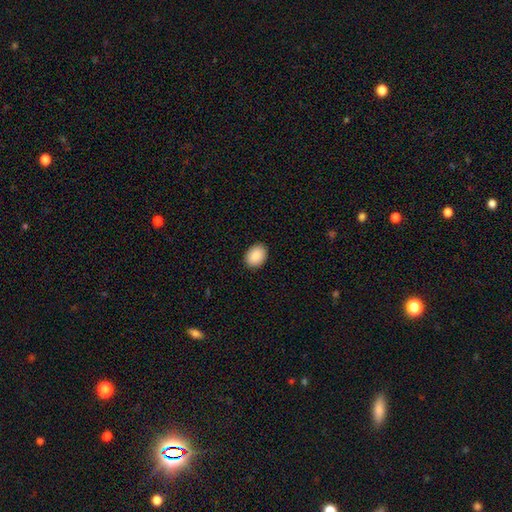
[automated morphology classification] The model was most divided on "how rounded": in between: 71%, round: 28%, cigar-shaped: 1%. More confident: smooth or featured — smooth (91%); merging — none (90%).